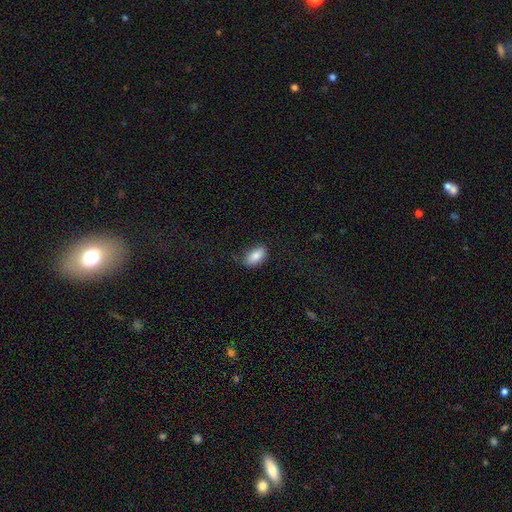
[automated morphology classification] type=smooth (85%); roundness=in between (92%); merging=none (78%).